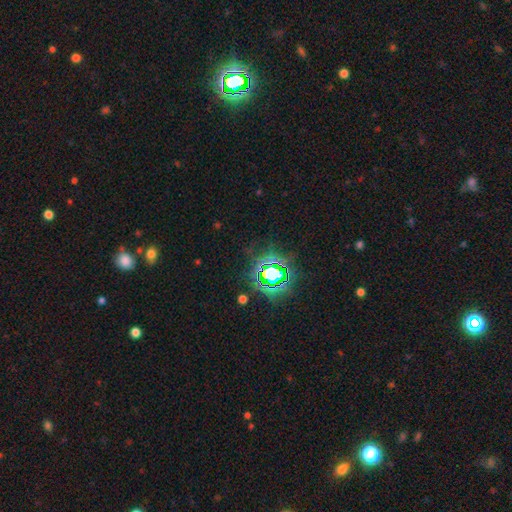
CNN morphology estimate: Overall: star or artifact (81%).